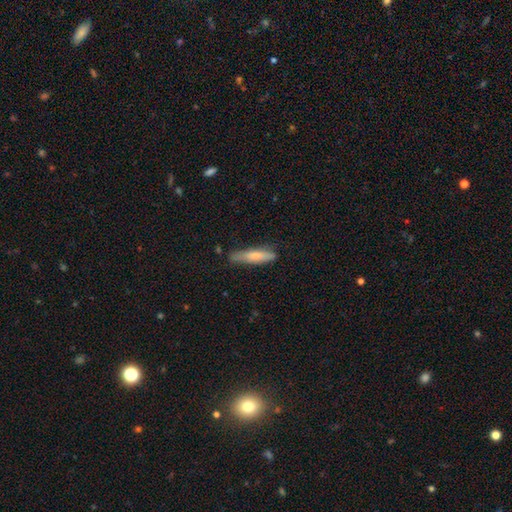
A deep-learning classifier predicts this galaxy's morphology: A smooth galaxy with no disk features (72%) that is cigar-shaped (83%). Merging: none (72%).